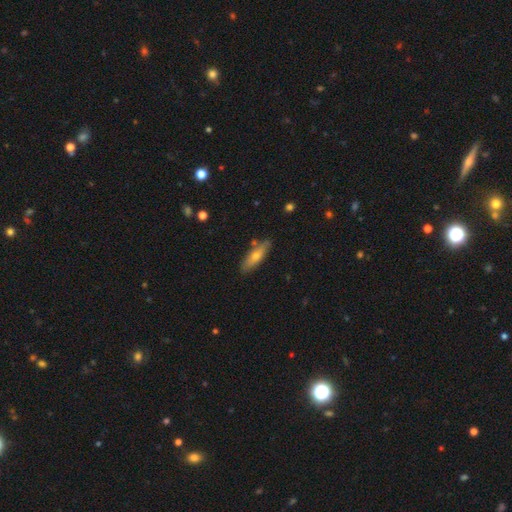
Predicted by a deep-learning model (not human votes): smooth 61%, featured or disk 33%, star or artifact 7%. Down the decision tree: how rounded — cigar-shaped (59%); merging — none (83%).